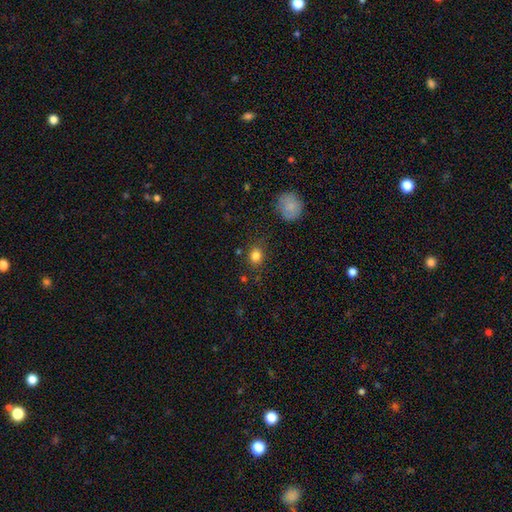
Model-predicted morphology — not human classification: This appears to be a smooth galaxy with no disk features (83%) that is round (67%). Merging: none (80%).